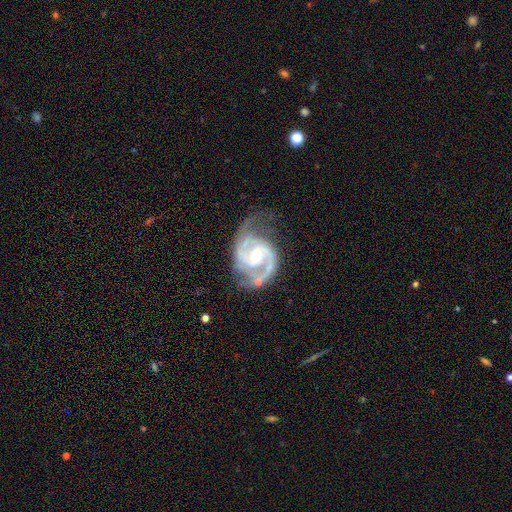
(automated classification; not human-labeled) This is clearly a featured or disk galaxy (93%). It is clearly not viewed edge-on (98%). Bar: marginally no (45%). Spiral arm pattern: clearly yes (98%). Spiral arm count: clearly 2 (85%). Spiral winding: possibly medium (53%). Central bulge: possibly small (49%). Merging: possibly none (60%).